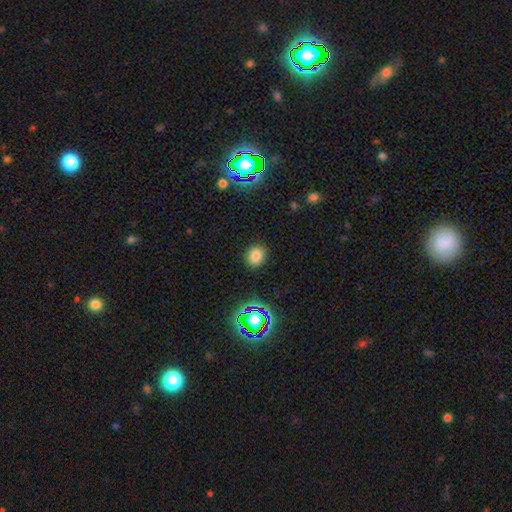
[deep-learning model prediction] smooth_or_featured: smooth (p=0.78) [alt: star or artifact p=0.16]
how_rounded: round (p=0.57) [alt: in between p=0.42]
merging: none (p=0.88) [alt: minor disturbance p=0.09]